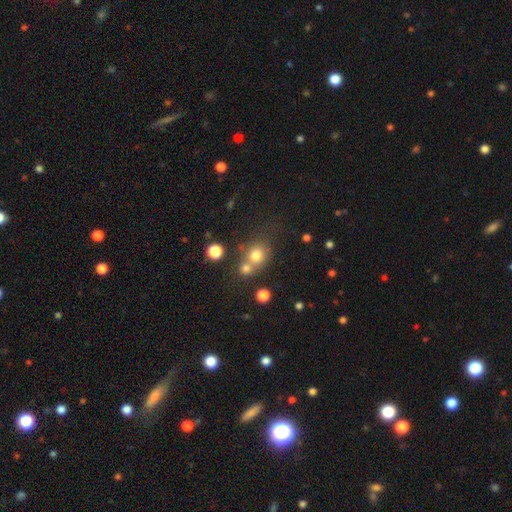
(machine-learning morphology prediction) type=smooth (75%); roundness=round (79%); merging=none (47%).